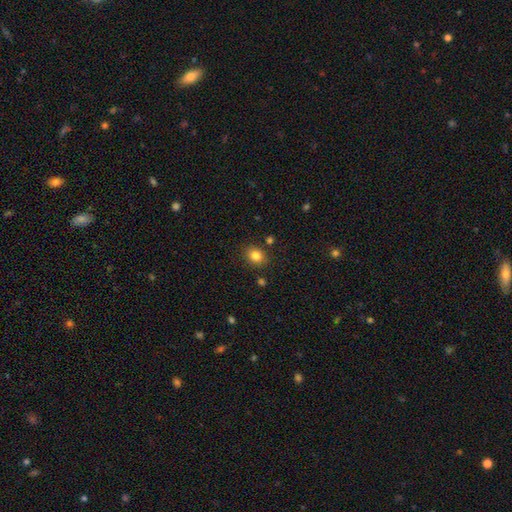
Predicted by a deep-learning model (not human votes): Q: Smooth or featured?
A: smooth (82%); runner-up: star or artifact (12%)
Q: How rounded?
A: round (58%); runner-up: in between (41%)
Q: Merging?
A: none (85%); runner-up: minor disturbance (9%)